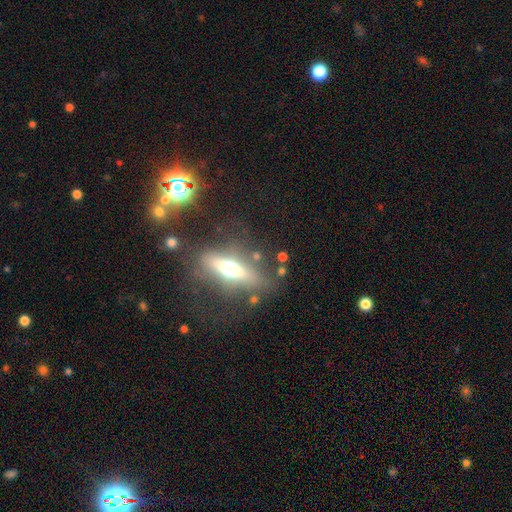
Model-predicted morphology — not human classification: The model was most divided on "smooth or featured": featured or disk: 52%, smooth: 36%, star or artifact: 12%. More confident: edge-on disk — yes (80%); merging — none (68%).